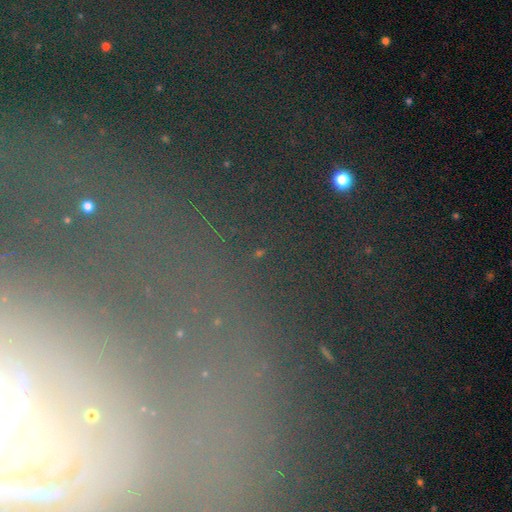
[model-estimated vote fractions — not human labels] Smooth or featured? star or artifact (58%)